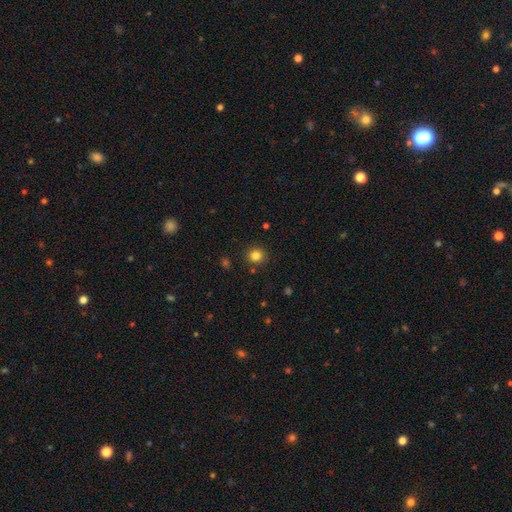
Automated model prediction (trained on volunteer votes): The model was most divided on "smooth or featured": smooth: 82%, star or artifact: 13%, featured or disk: 5%. More confident: how rounded — round (91%); merging — none (89%).